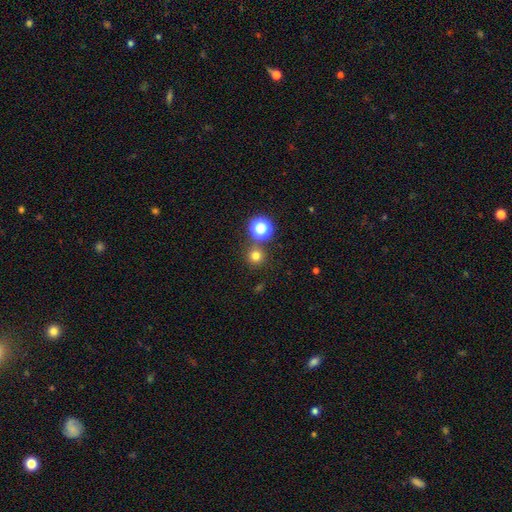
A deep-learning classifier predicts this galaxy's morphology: Smooth or featured?
  - smooth: 74% *
  - star or artifact: 20%
  - featured or disk: 6%
How rounded?
  - round: 94% *
  - in between: 5%
  - cigar-shaped: 1%
Merging?
  - none: 82% *
  - merger: 9%
  - minor disturbance: 7%
  - major disturbance: 3%